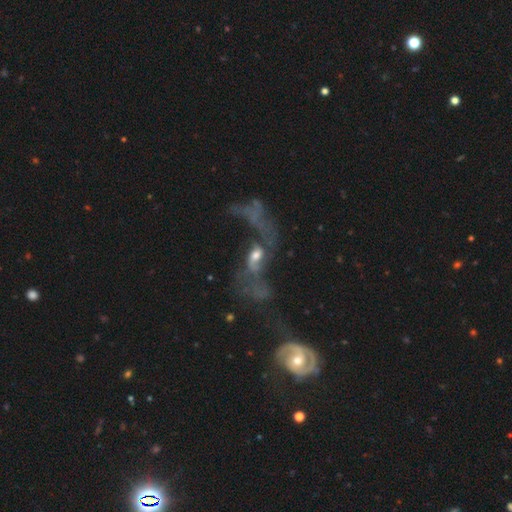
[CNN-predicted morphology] smooth_or_featured: featured or disk (p=0.67) [alt: smooth p=0.21]
disk_edge_on: no (p=0.92) [alt: yes p=0.08]
bar: no (p=0.51) [alt: weak p=0.34]
has_spiral_arms: yes (p=0.64) [alt: no p=0.36]
bulge_size: moderate (p=0.53) [alt: small p=0.24]
merging: major disturbance (p=0.47) [alt: merger p=0.27]